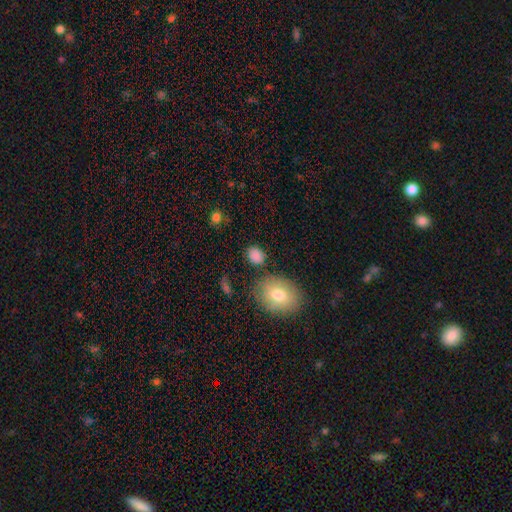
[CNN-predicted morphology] smooth-or-featured: smooth: 85% | star or artifact: 10% | featured or disk: 5%
  how-rounded: in between: 56% | round: 42% | cigar-shaped: 2%
  merging: none: 77% | minor disturbance: 14% | merger: 5% | major disturbance: 4%